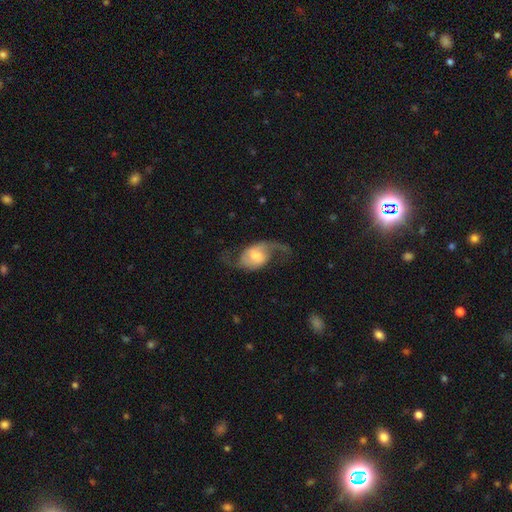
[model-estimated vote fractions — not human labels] Smooth or featured? Predicted: featured or disk (p=0.79). Edge-on disk? Predicted: no (p=0.97). Bar? Predicted: no (p=0.44, tied with weak). Spiral arms? Predicted: yes (p=0.95). Spiral winding? Predicted: loose (p=0.72). Spiral arm count? Predicted: 2 (p=0.89). Bulge size? Predicted: moderate (p=0.42). Merging? Predicted: none (p=0.60).